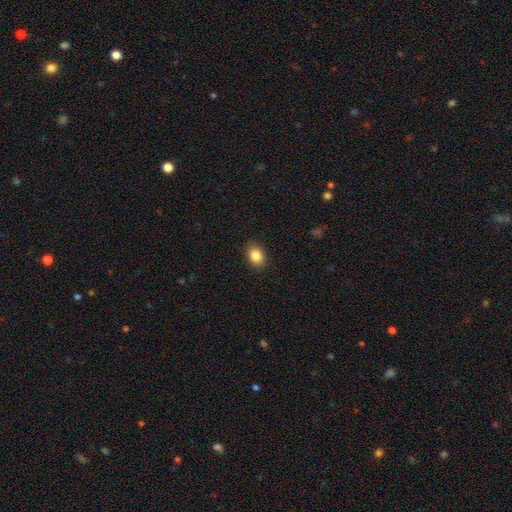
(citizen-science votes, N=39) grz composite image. It shows a smooth galaxy with no disk features (85%) that is in between round and cigar-shaped (73%). Merging: none (92%).